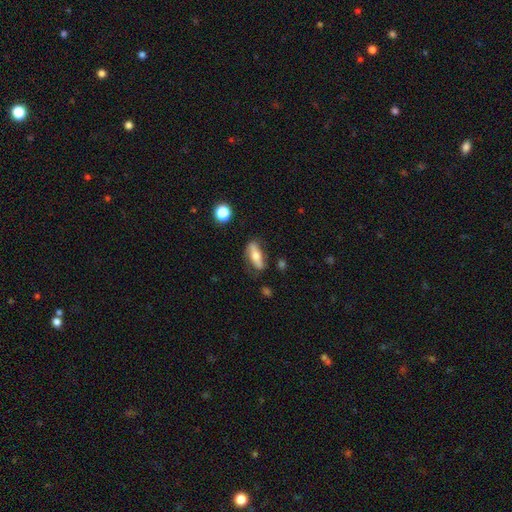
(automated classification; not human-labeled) Smooth or featured: smooth — 53% (featured or disk — 40%)
How rounded: in between — 57% (cigar-shaped — 39%)
Merging: none — 70% (minor disturbance — 21%)